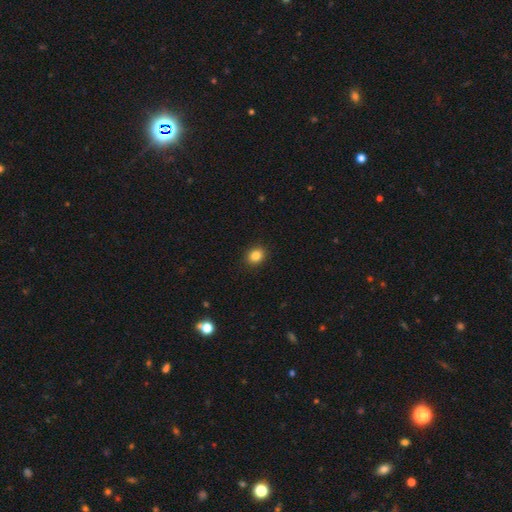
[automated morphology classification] Smooth or featured? Predicted: smooth (p=0.85). How rounded? Predicted: round (p=0.59). Merging? Predicted: none (p=0.90).